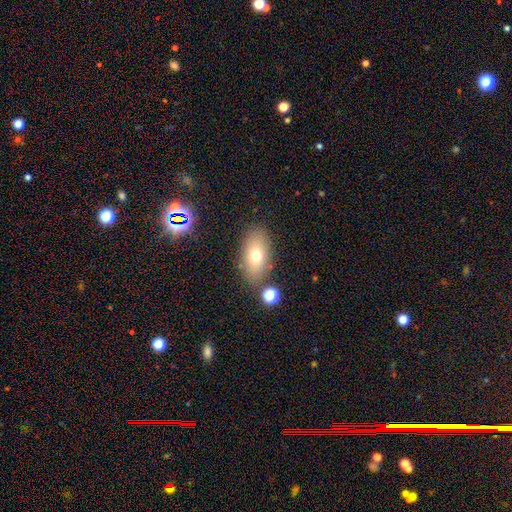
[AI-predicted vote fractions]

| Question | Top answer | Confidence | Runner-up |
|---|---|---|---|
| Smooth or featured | smooth | 71% | featured or disk (18%) |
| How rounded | in between | 88% | round (7%) |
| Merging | none | 81% | minor disturbance (11%) |